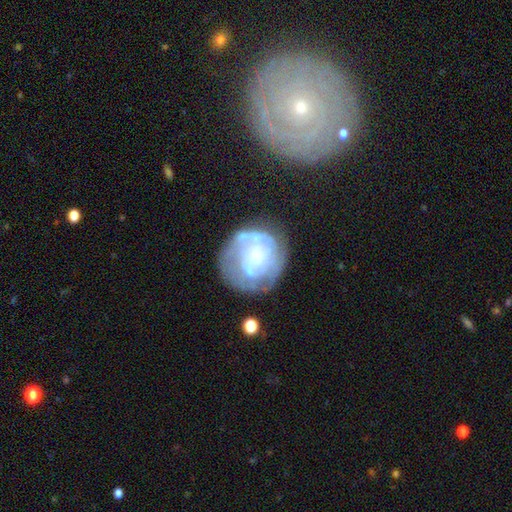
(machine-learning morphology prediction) A featured or disk galaxy (64%) with no bar (64%), spiral arms (52%) and a small central bulge (61%).

Vote fractions:
- Smooth or featured? featured or disk: 64% / smooth: 28% / star or artifact: 8%
- Edge-on disk? no: 97% / yes: 3%
- Bar? no: 64% / weak: 28% / strong: 8%
- Spiral arms? yes: 52% / no: 48%
- Bulge size? small: 61% / moderate: 24% / none: 11% / large: 4% / dominant: 1%
- Merging? none: 56% / minor disturbance: 22% / major disturbance: 15% / merger: 8%